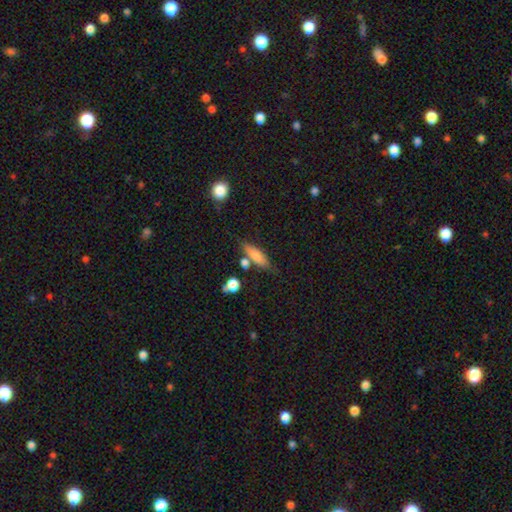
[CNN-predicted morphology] Smooth or featured? smooth (77%)
How rounded? cigar-shaped (49%)
Merging? none (67%)